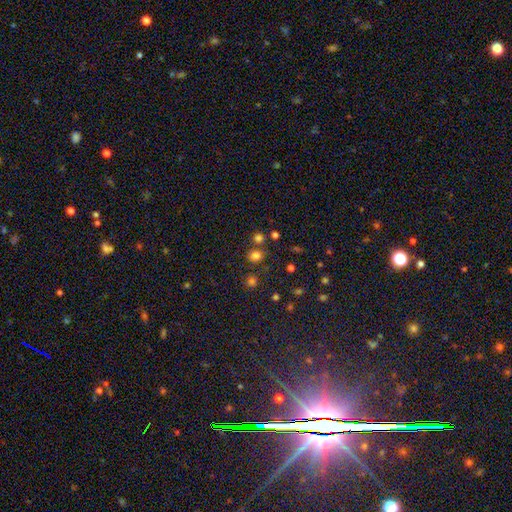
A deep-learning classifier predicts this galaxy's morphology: smooth_or_featured: smooth (p=0.76) [alt: star or artifact p=0.19]
how_rounded: round (p=0.75) [alt: in between p=0.24]
merging: none (p=0.75) [alt: merger p=0.13]